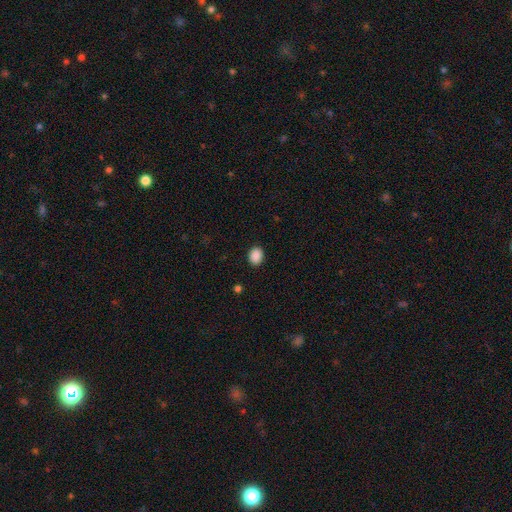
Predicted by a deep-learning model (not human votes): Q: Smooth or featured?
A: smooth (89%); runner-up: star or artifact (9%)
Q: How rounded?
A: in between (56%); runner-up: round (43%)
Q: Merging?
A: none (90%); runner-up: minor disturbance (7%)